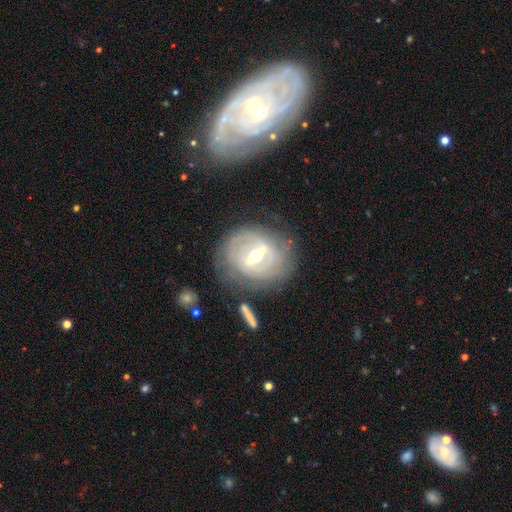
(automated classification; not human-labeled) Smooth or featured?
  - featured or disk: 84% *
  - smooth: 10%
  - star or artifact: 6%
Edge-on disk?
  - no: 93% *
  - yes: 7%
Bar?
  - strong: 59% *
  - weak: 33%
  - no: 8%
Spiral arms?
  - yes: 84% *
  - no: 16%
Spiral winding?
  - tight: 68% *
  - medium: 24%
  - loose: 9%
Spiral arm count?
  - can't tell: 38% *
  - 2: 35%
  - 3: 13%
  - 4: 6%
  - 1: 5%
  - more than 4: 4%
Bulge size?
  - moderate: 73% *
  - small: 19%
  - large: 6%
  - dominant: 1%
  - none: 1%
Merging?
  - none: 72% *
  - minor disturbance: 17%
  - major disturbance: 8%
  - merger: 3%